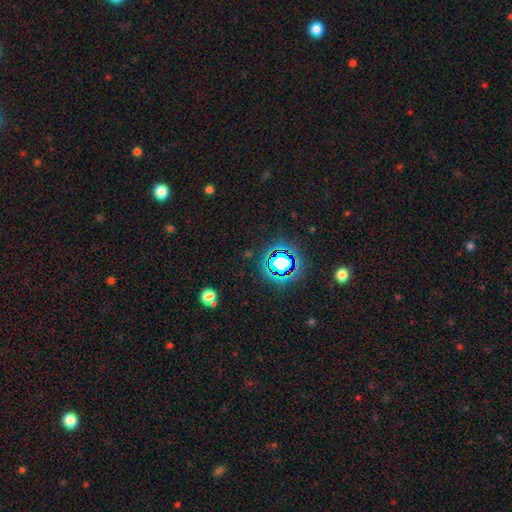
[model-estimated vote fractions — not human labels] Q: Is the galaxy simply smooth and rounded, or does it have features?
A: star or artifact — 80%.